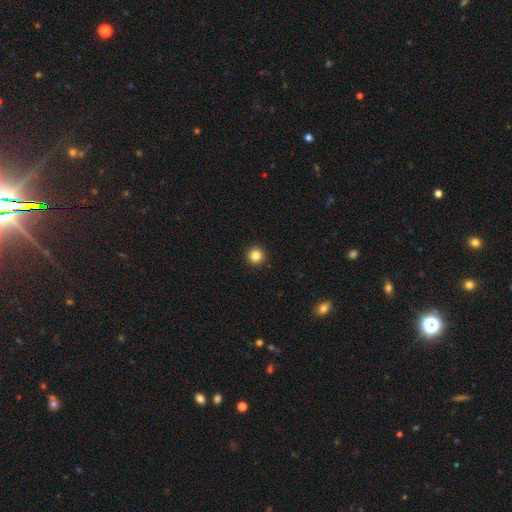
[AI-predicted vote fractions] Overall: smooth (84%). How rounded: round (96%). Merging: none (93%).